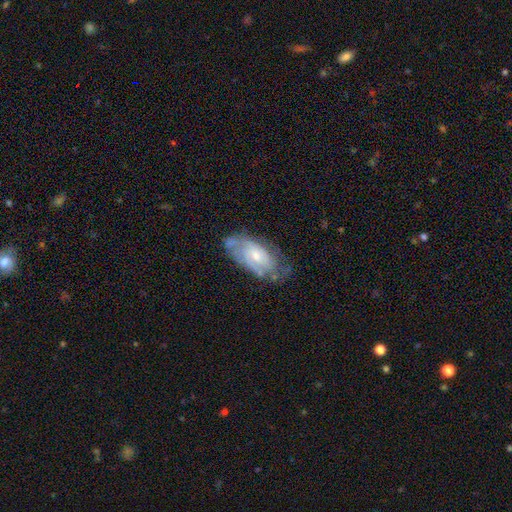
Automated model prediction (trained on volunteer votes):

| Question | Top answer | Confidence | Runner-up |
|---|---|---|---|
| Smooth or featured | featured or disk | 68% | smooth (25%) |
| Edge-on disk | no | 93% | yes (7%) |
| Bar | no | 65% | weak (30%) |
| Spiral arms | yes | 82% | no (18%) |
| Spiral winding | tight | 52% | medium (36%) |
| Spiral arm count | can't tell | 45% | 2 (32%) |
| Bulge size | small | 52% | moderate (41%) |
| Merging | none | 56% | minor disturbance (29%) |